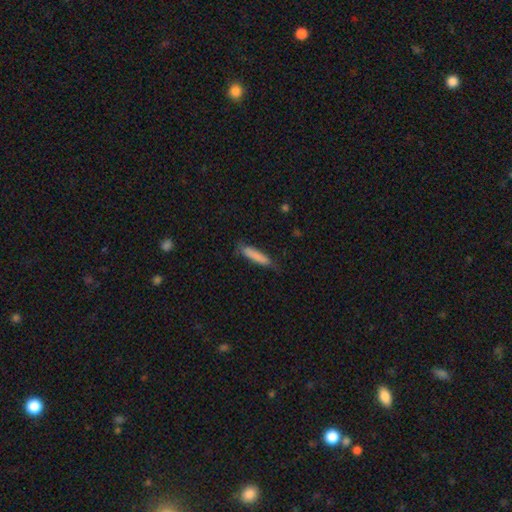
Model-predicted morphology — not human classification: type=smooth (83%); roundness=cigar-shaped (84%); merging=none (72%).